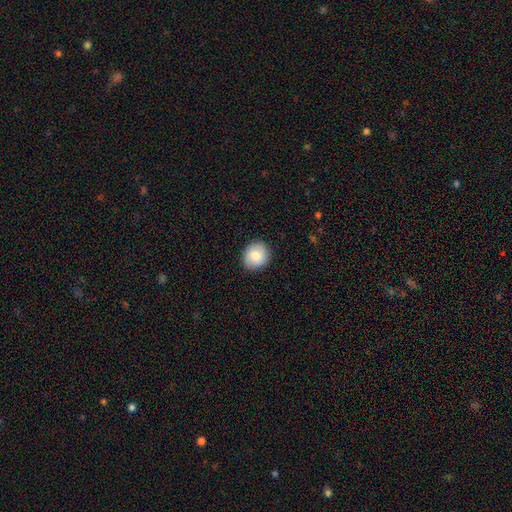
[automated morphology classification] This is likely a smooth galaxy (79%). How rounded: clearly round (81%). Merging: clearly none (89%).